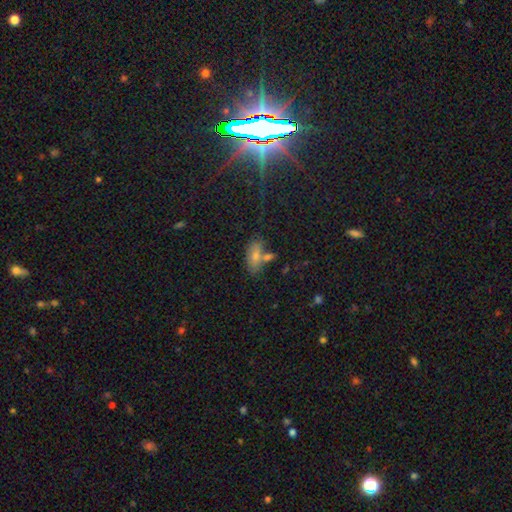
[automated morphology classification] Smooth or featured?
  - smooth: 58% *
  - star or artifact: 25%
  - featured or disk: 17%
How rounded?
  - in between: 82% *
  - cigar-shaped: 12%
  - round: 6%
Merging?
  - none: 58% *
  - merger: 22%
  - minor disturbance: 15%
  - major disturbance: 6%